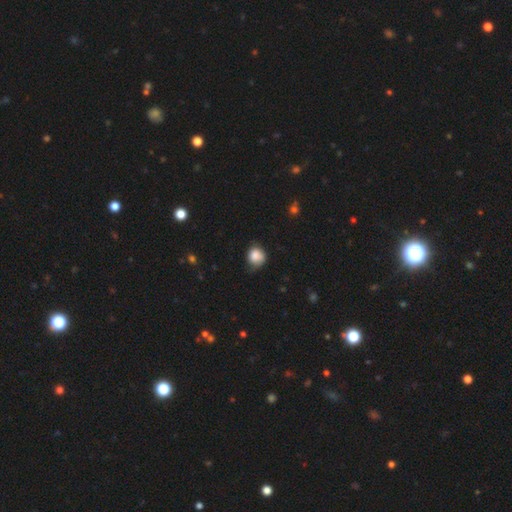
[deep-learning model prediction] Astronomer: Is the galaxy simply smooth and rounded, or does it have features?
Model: smooth — 85%.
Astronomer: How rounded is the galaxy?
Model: round — 78%.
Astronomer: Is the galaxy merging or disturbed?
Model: none — 56% (runner-up: minor disturbance, 35%).